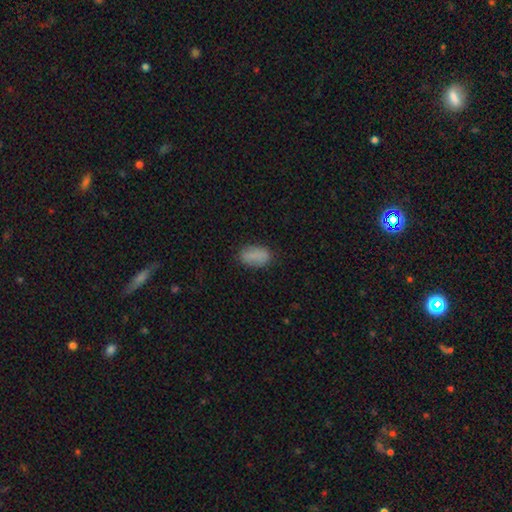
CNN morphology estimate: This appears to be a smooth galaxy with no disk features (82%) that is in between round and cigar-shaped (90%). Merging: none (80%).